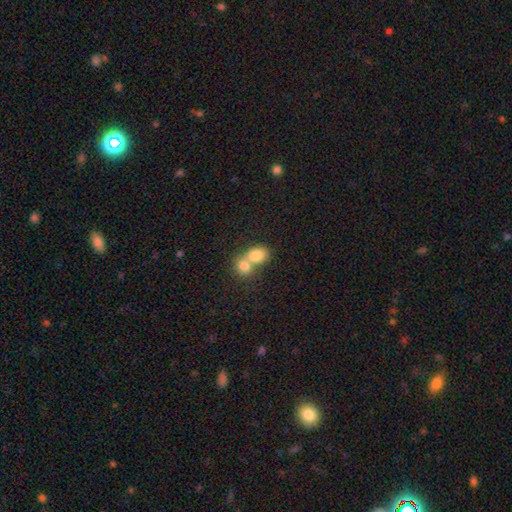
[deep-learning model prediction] smooth-or-featured: smooth: 80% | featured or disk: 12% | star or artifact: 9%
  how-rounded: in between: 52% | round: 47% | cigar-shaped: 1%
  merging: merger: 68% | none: 24% | minor disturbance: 6% | major disturbance: 3%